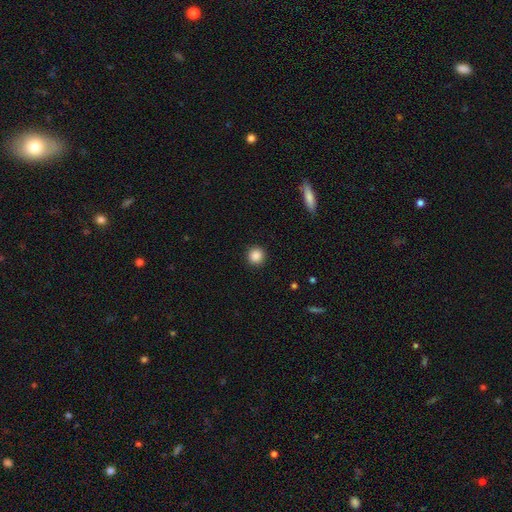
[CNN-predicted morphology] smooth-or-featured: smooth: 88% | star or artifact: 9% | featured or disk: 3%
  how-rounded: round: 95% | in between: 4% | cigar-shaped: 1%
  merging: none: 92% | minor disturbance: 5% | major disturbance: 2% | merger: 1%